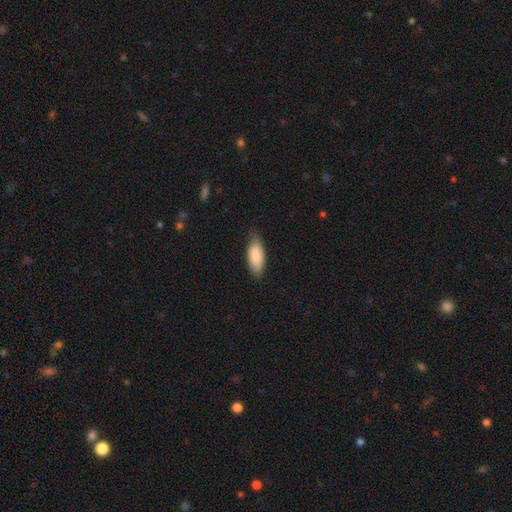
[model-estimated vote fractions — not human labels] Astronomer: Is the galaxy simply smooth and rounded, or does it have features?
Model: smooth — 86%.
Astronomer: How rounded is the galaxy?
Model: in between — 80%.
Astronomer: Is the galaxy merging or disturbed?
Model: none — 72%.